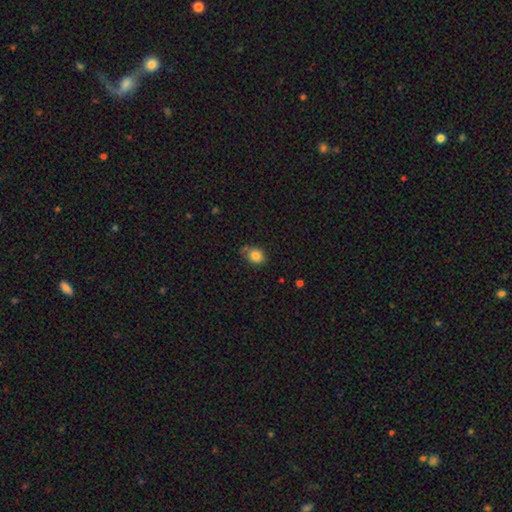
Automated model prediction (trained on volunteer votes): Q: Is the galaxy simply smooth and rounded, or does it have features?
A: smooth — 83%.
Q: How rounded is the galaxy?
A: round — 70%.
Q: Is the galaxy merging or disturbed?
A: none — 71%.